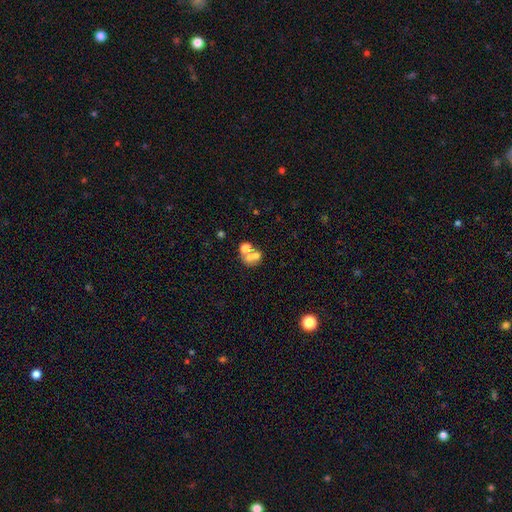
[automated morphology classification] Q: Smooth or featured?
A: smooth (54%); runner-up: featured or disk (28%)
Q: How rounded?
A: round (61%); runner-up: in between (38%)
Q: Merging?
A: merger (53%); runner-up: none (34%)